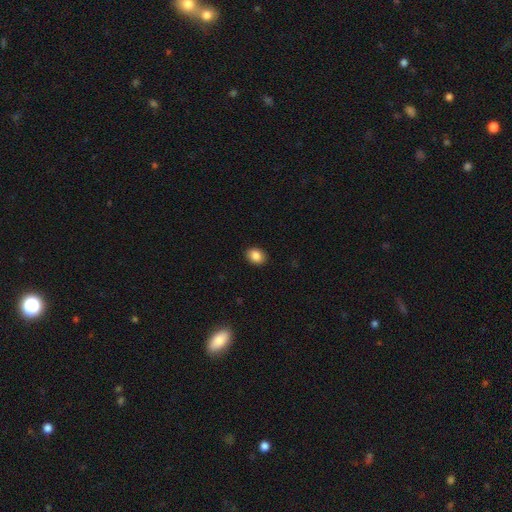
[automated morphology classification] Smooth or featured: smooth — 87% (star or artifact — 9%)
How rounded: in between — 57% (round — 42%)
Merging: none — 90% (minor disturbance — 7%)